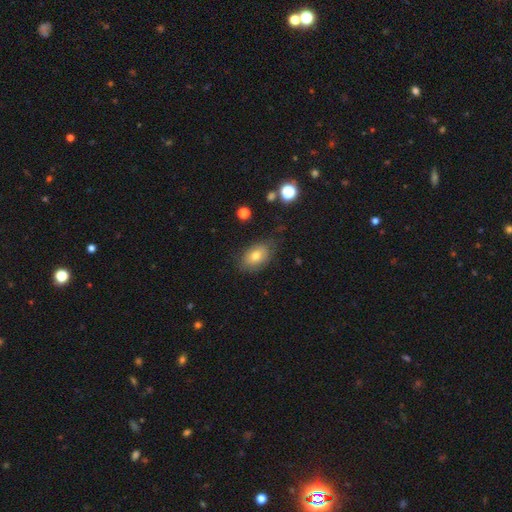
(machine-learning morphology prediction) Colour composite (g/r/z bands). It shows a smooth galaxy with no disk features (69%) that is in between round and cigar-shaped (85%). Merging: none (72%).